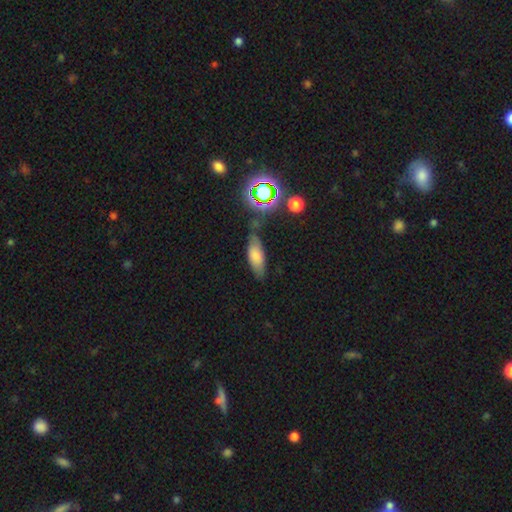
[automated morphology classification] smooth_or_featured: smooth (p=0.71) [alt: featured or disk p=0.16]
how_rounded: in between (p=0.73) [alt: cigar-shaped p=0.24]
merging: none (p=0.67) [alt: minor disturbance p=0.20]